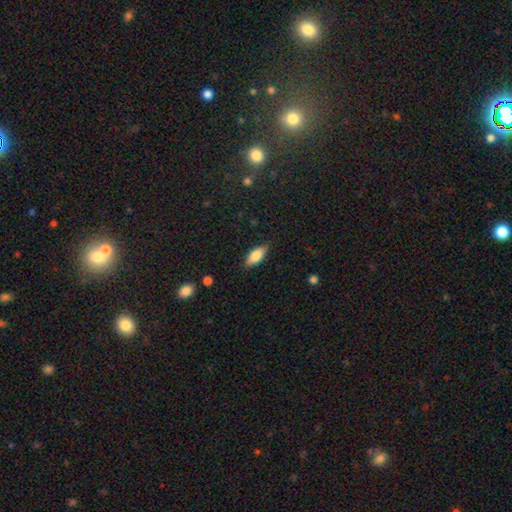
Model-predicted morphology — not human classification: Smooth or featured: smooth — 77% (featured or disk — 16%)
How rounded: in between — 78% (cigar-shaped — 20%)
Merging: none — 84% (minor disturbance — 12%)